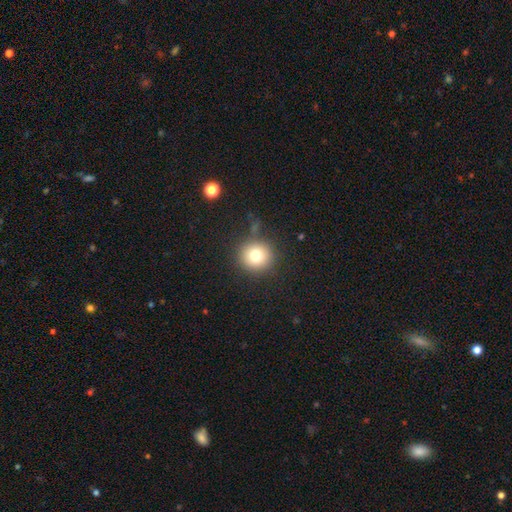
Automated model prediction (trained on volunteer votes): A smooth galaxy with no disk features (75%) that is round (92%). Merging: none (84%).